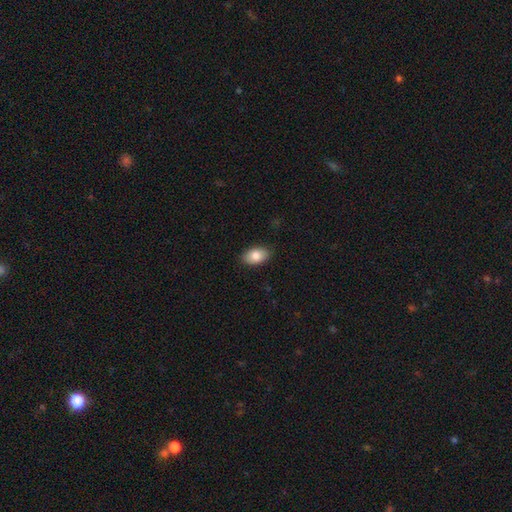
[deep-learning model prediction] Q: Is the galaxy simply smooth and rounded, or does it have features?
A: smooth — 84%.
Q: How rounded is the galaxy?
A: in between — 92%.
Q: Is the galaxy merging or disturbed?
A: none — 88%.